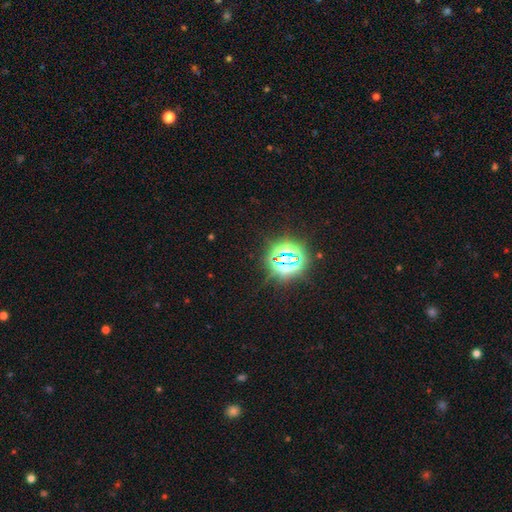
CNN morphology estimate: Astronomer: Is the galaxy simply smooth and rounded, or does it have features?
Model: star or artifact — 80%.